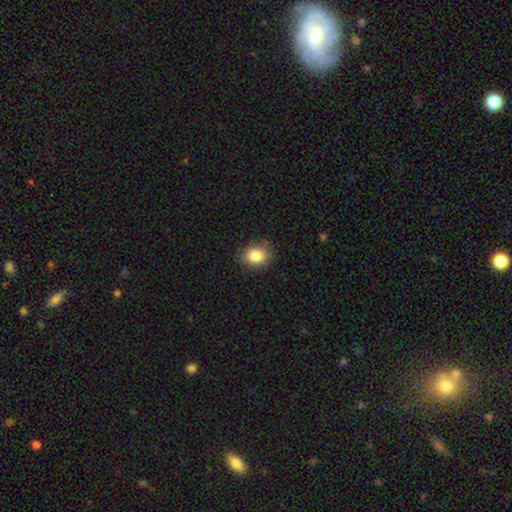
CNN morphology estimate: smooth-or-featured: smooth: 85% | star or artifact: 10% | featured or disk: 6%
  how-rounded: round: 58% | in between: 42% | cigar-shaped: 1%
  merging: none: 84% | minor disturbance: 12% | major disturbance: 3% | merger: 1%